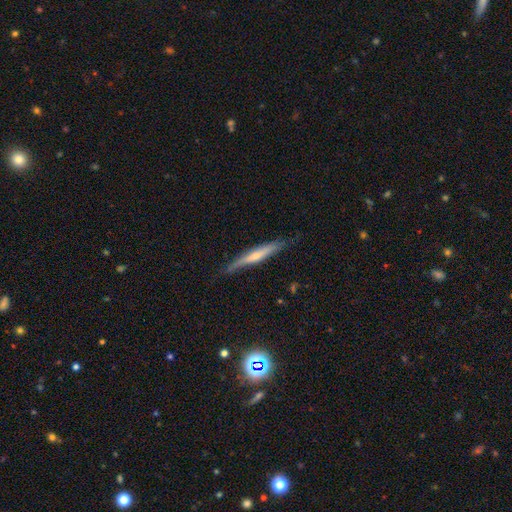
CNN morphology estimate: Smooth or featured? featured or disk (55%)
Edge-on disk? yes (92%)
Edge-on bulge? rounded (61%)
Merging? none (77%)